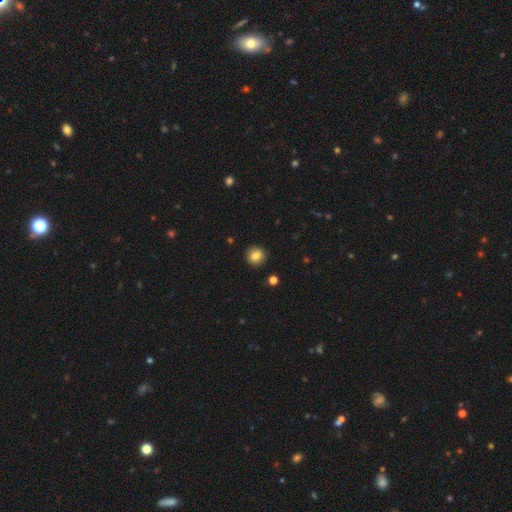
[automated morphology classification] Smooth or featured: smooth — 84% (star or artifact — 10%)
How rounded: round — 92% (in between — 7%)
Merging: none — 91% (minor disturbance — 6%)